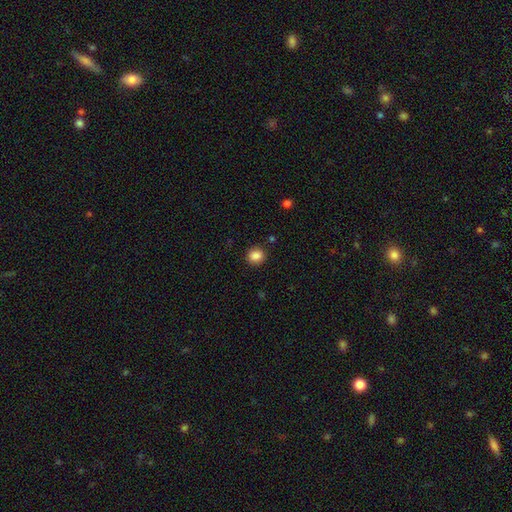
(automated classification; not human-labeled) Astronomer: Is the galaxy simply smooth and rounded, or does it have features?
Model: smooth — 86%.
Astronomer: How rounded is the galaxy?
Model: round — 75%.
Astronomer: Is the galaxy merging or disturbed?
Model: none — 87%.